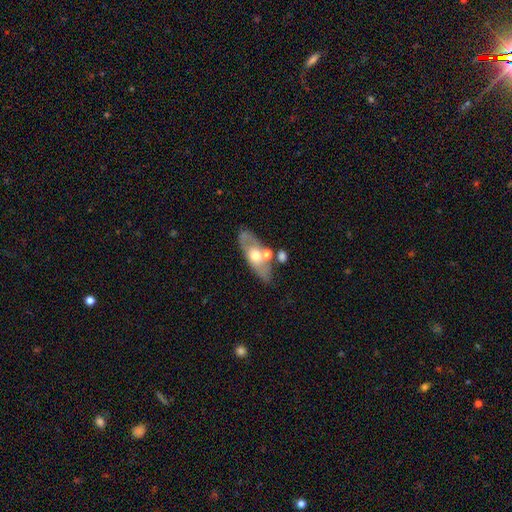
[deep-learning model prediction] This is possibly a featured or disk galaxy (49%). Merging: likely none (63%).